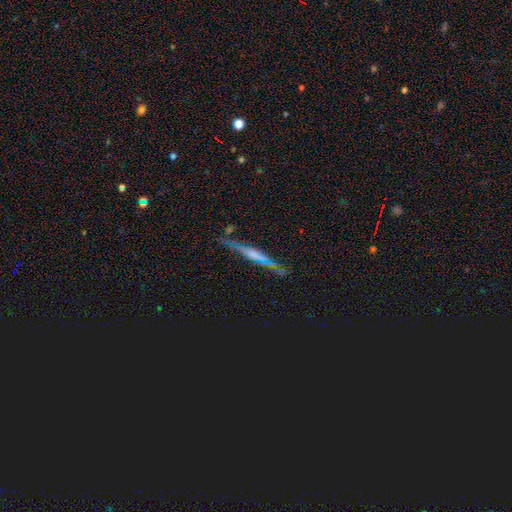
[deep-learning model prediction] A featured or disk galaxy (57%) viewed edge-on (89%) with no central bulge (40%).

Vote fractions:
- Smooth or featured? featured or disk: 57% / smooth: 27% / star or artifact: 16%
- Edge-on disk? yes: 89% / no: 11%
- Edge-on bulge? none: 40% / rounded: 32% / boxy: 28%
- Merging? none: 75% / minor disturbance: 17% / major disturbance: 5% / merger: 3%